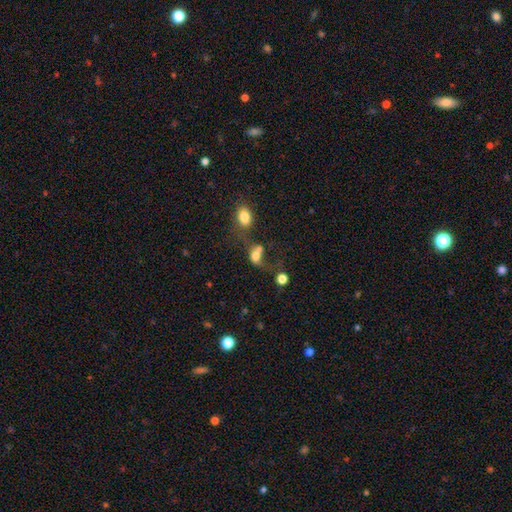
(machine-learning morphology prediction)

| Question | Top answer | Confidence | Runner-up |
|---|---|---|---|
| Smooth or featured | smooth | 69% | featured or disk (18%) |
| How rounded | in between | 57% | round (40%) |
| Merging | merger | 41% | none (25%) |